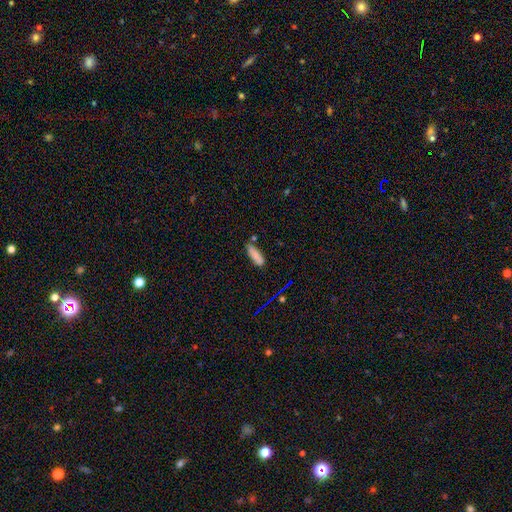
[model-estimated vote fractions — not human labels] This appears to be a smooth galaxy with no disk features (82%) that is in between round and cigar-shaped (50%). Merging: none (69%).